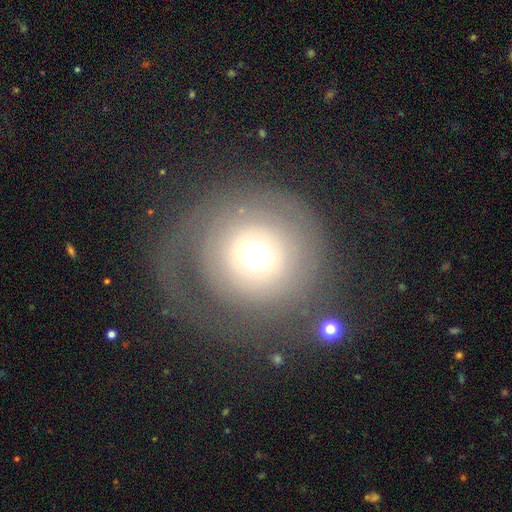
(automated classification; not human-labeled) The model was most divided on "smooth or featured": featured or disk: 45%, smooth: 44%, star or artifact: 11%. More confident: merging — none (62%).